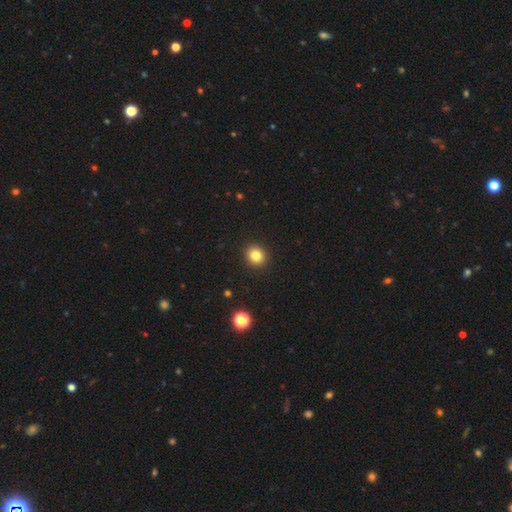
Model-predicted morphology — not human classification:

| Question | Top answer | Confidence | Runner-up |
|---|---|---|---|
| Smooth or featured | smooth | 82% | star or artifact (12%) |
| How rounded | round | 87% | in between (12%) |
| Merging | none | 93% | minor disturbance (5%) |